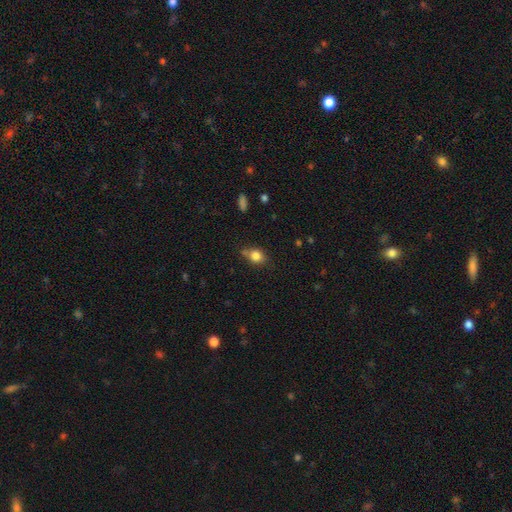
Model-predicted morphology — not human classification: smooth_or_featured: smooth (p=0.80) [alt: star or artifact p=0.10]
how_rounded: round (p=0.50) [alt: in between p=0.48]
merging: none (p=0.64) [alt: minor disturbance p=0.23]